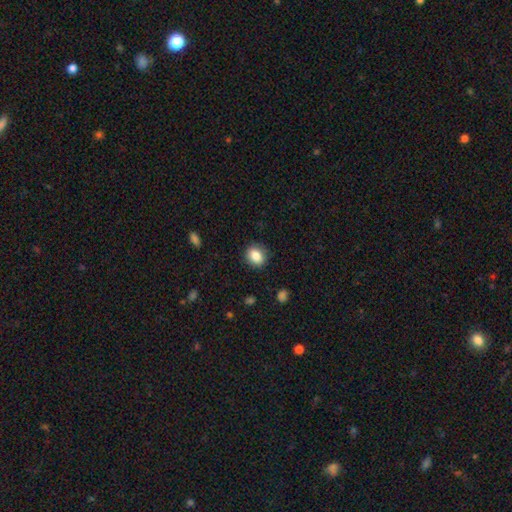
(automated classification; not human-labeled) Smooth or featured? Predicted: smooth (p=0.85). How rounded? Predicted: round (p=0.61). Merging? Predicted: none (p=0.87).